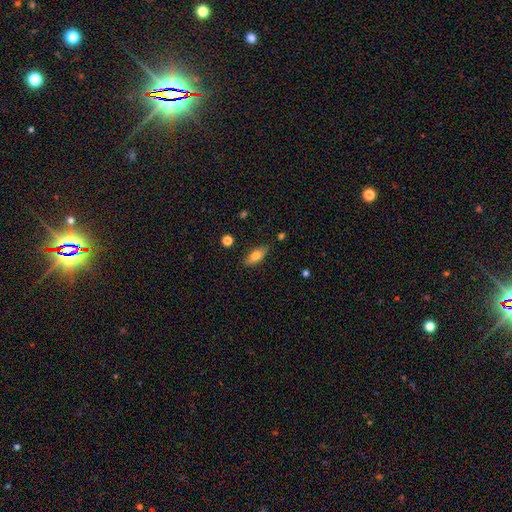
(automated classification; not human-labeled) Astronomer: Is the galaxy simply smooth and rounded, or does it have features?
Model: smooth — 73%.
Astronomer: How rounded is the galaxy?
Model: in between — 77%.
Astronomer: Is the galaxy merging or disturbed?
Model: none — 84%.